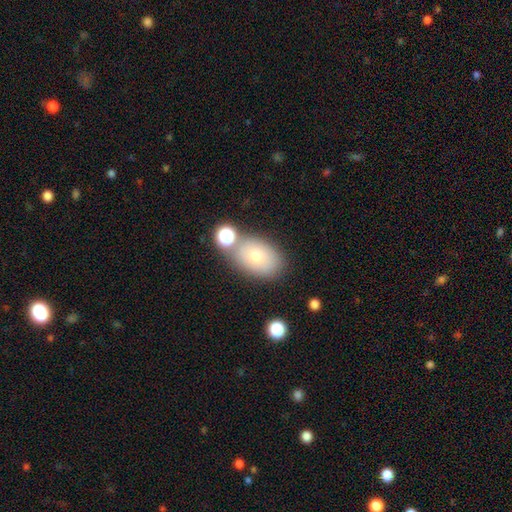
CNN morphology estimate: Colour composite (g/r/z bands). It shows a smooth galaxy with no disk features (70%) that is in between round and cigar-shaped (80%). Merging: none (66%).